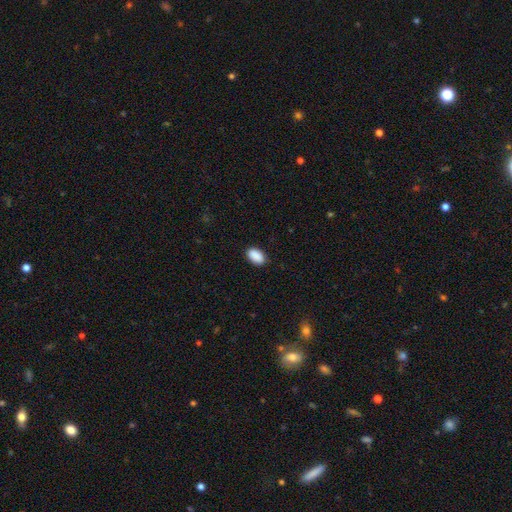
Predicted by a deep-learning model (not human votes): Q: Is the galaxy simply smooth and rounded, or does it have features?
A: smooth — 90%.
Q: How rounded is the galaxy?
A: in between — 92%.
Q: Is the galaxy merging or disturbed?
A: none — 88%.